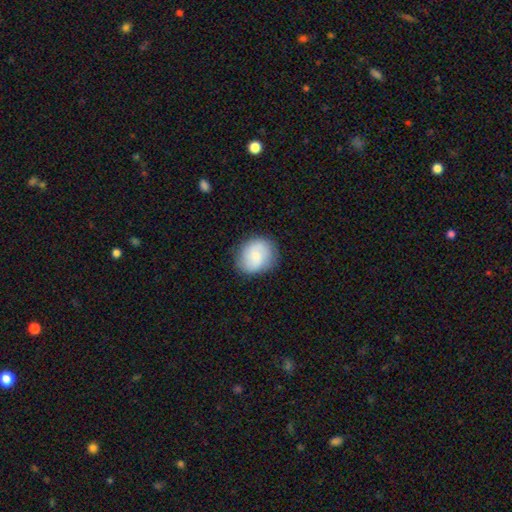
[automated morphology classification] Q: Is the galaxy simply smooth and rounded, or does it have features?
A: smooth — 63%.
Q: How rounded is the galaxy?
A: round — 72%.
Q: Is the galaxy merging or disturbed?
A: none — 81%.